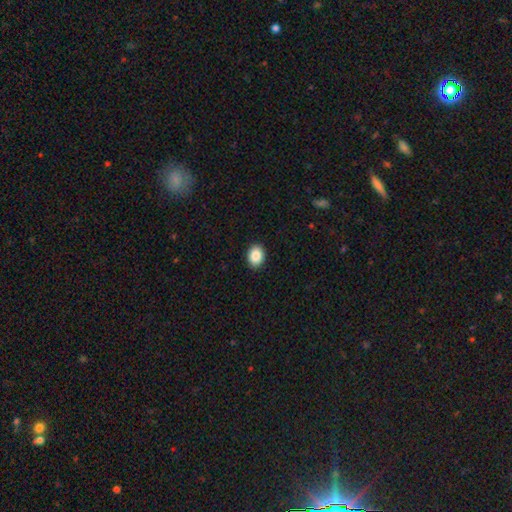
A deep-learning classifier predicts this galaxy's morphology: This appears to be a smooth galaxy with no disk features (89%) that is in between round and cigar-shaped (61%). Merging: none (91%).